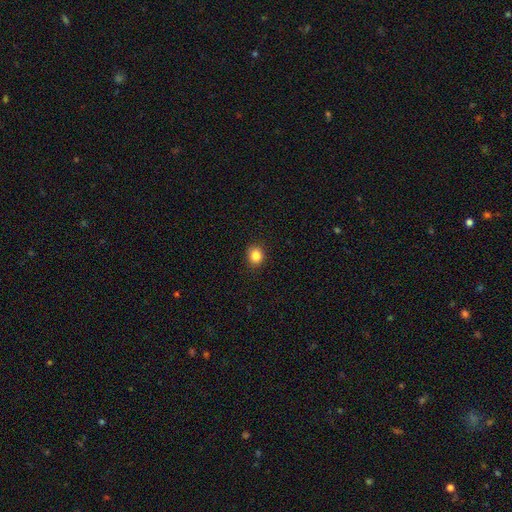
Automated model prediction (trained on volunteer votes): smooth 84%, star or artifact 11%, featured or disk 5%. Down the decision tree: how rounded — round (73%); merging — none (91%).